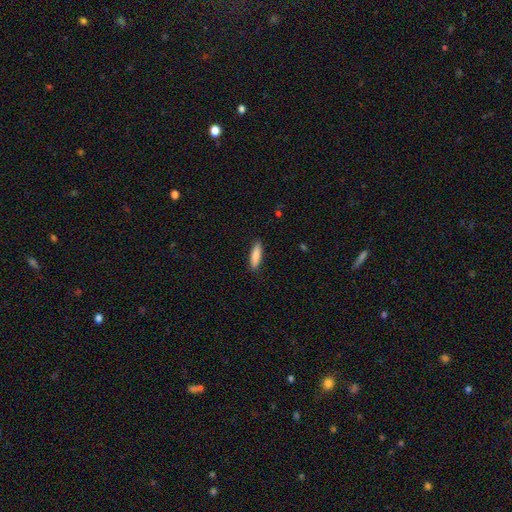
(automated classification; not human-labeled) smooth 84%, featured or disk 10%, star or artifact 6%. Down the decision tree: how rounded — cigar-shaped (62%); merging — none (88%).